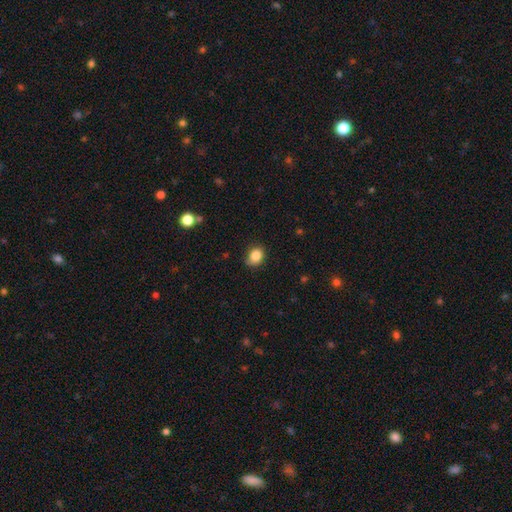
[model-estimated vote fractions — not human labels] A smooth galaxy with no disk features (84%) that is in between round and cigar-shaped (53%). Merging: none (73%).